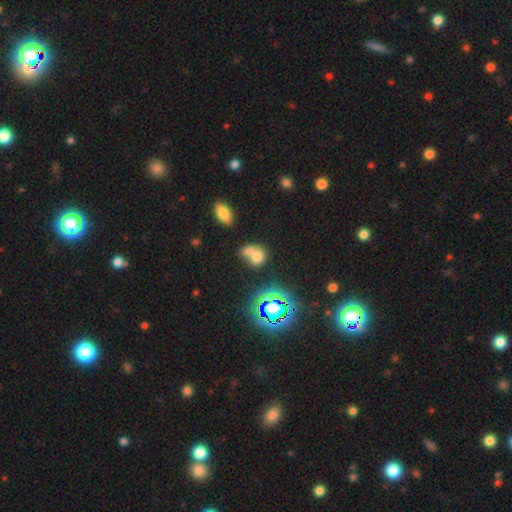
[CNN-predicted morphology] This appears to be a smooth galaxy with no disk features (66%) that is round (55%). Merging: merger (63%).